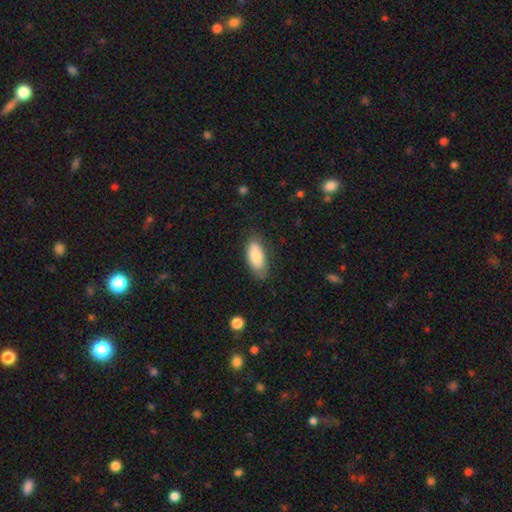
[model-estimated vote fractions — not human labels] This appears to be a smooth galaxy with no disk features (78%) that is in between round and cigar-shaped (87%). Merging: none (75%).